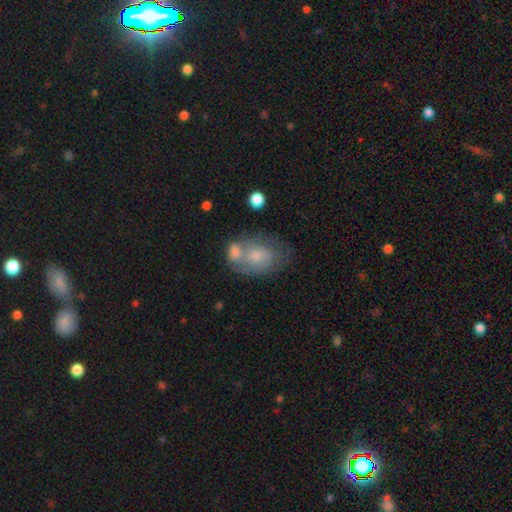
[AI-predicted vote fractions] Overall: smooth (52%; featured or disk 39%). How rounded: in between (75%). Merging: merger (40%; none 32%).